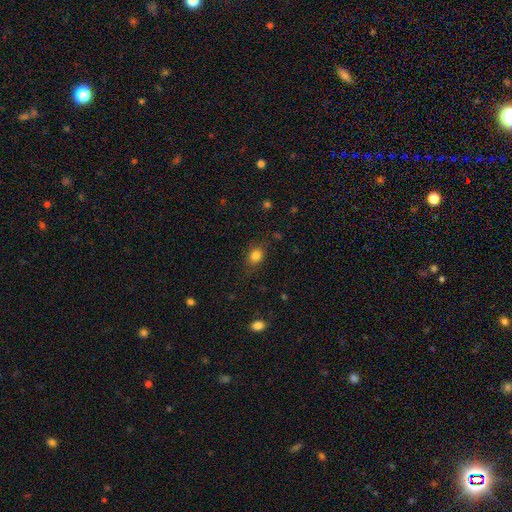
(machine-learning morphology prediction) type=smooth (82%); roundness=in between (53%); merging=none (77%).